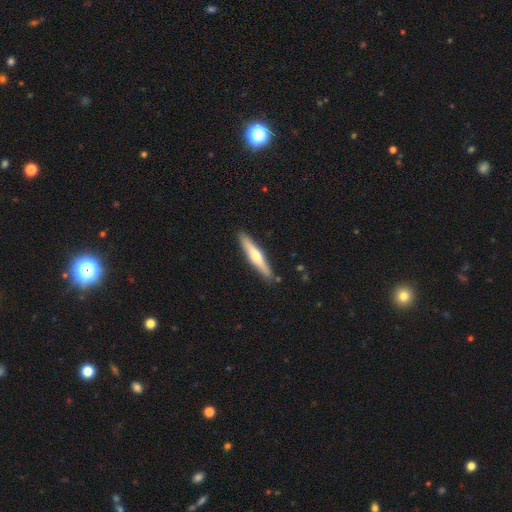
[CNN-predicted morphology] Overall: featured or disk (52%; smooth 43%). Edge-on disk: yes (95%). Merging: none (90%).